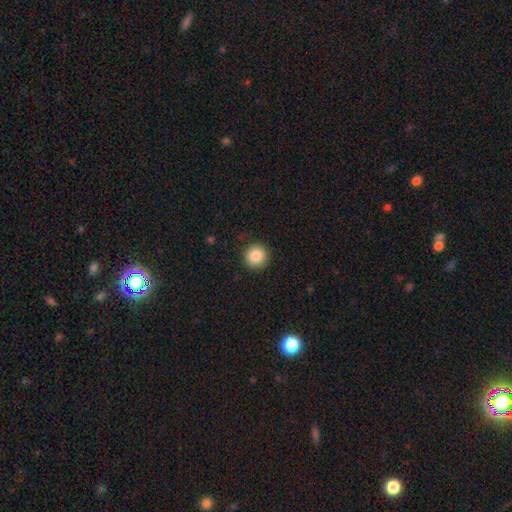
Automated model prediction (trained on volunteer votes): Smooth or featured: smooth — 86% (star or artifact — 9%)
How rounded: round — 94% (in between — 5%)
Merging: none — 89% (minor disturbance — 8%)